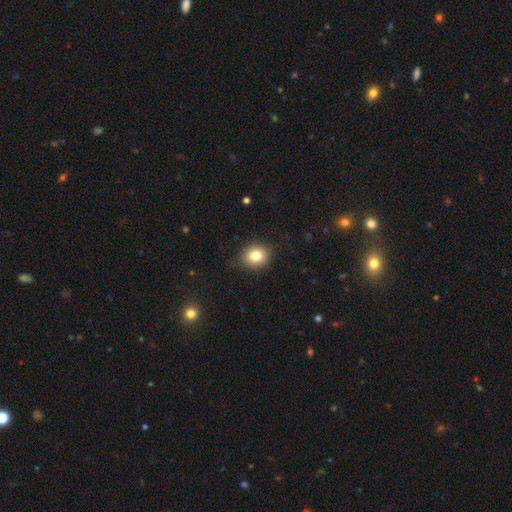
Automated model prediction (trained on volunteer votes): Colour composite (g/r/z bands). It shows a smooth galaxy with no disk features (81%) that is round (72%). Merging: none (86%).